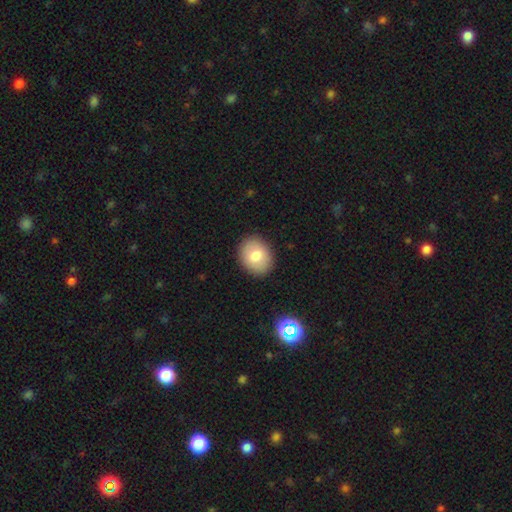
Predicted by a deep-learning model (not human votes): smooth_or_featured: smooth (p=0.78) [alt: featured or disk p=0.14]
how_rounded: in between (p=0.52) [alt: round p=0.47]
merging: none (p=0.89) [alt: minor disturbance p=0.08]